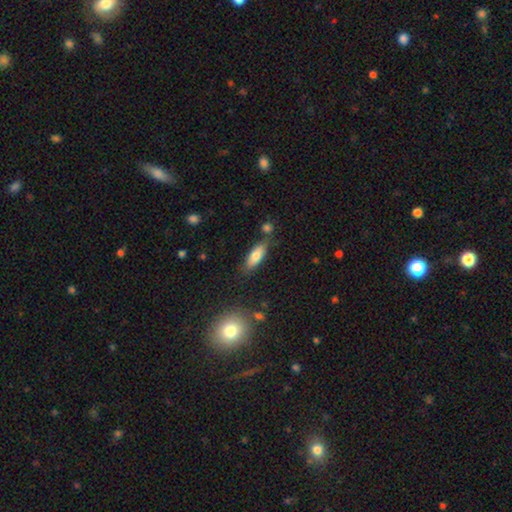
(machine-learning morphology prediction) Smooth or featured?
  - smooth: 78% *
  - featured or disk: 15%
  - star or artifact: 7%
How rounded?
  - in between: 71% *
  - cigar-shaped: 27%
  - round: 2%
Merging?
  - none: 72% *
  - minor disturbance: 16%
  - merger: 8%
  - major disturbance: 4%